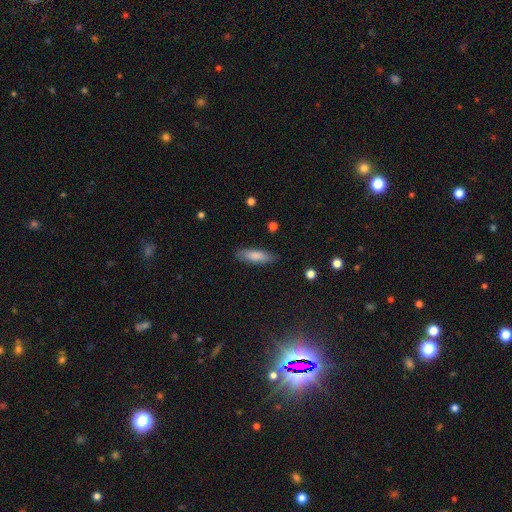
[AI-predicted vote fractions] Smooth or featured?
  - smooth: 82% *
  - featured or disk: 12%
  - star or artifact: 6%
How rounded?
  - cigar-shaped: 55% *
  - in between: 43%
  - round: 2%
Merging?
  - none: 85% *
  - minor disturbance: 11%
  - major disturbance: 2%
  - merger: 1%